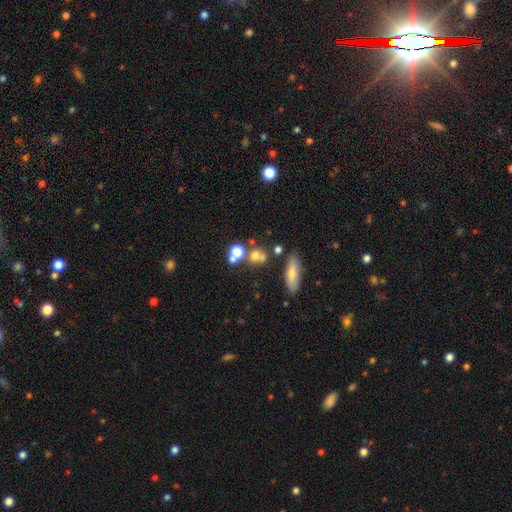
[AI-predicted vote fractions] Q: Smooth or featured?
A: smooth (66%); runner-up: star or artifact (18%)
Q: How rounded?
A: round (75%); runner-up: in between (21%)
Q: Merging?
A: none (48%); runner-up: merger (36%)